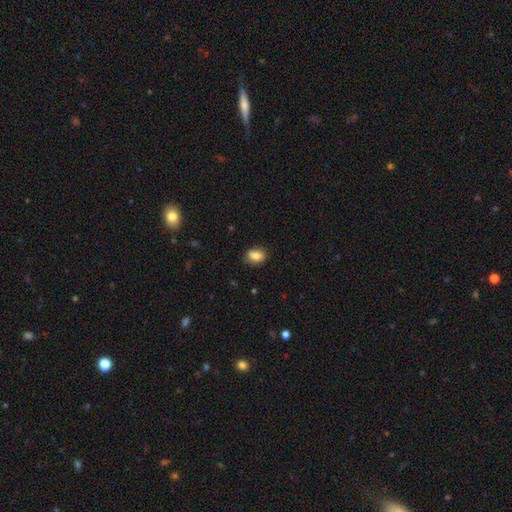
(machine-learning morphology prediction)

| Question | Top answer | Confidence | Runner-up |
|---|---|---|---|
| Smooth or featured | smooth | 81% | featured or disk (10%) |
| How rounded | in between | 72% | round (27%) |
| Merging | none | 74% | minor disturbance (16%) |